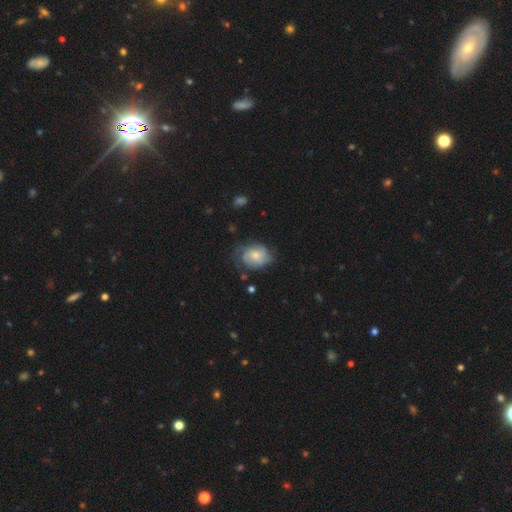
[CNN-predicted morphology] type=featured or disk (48%); merging=none (53%).